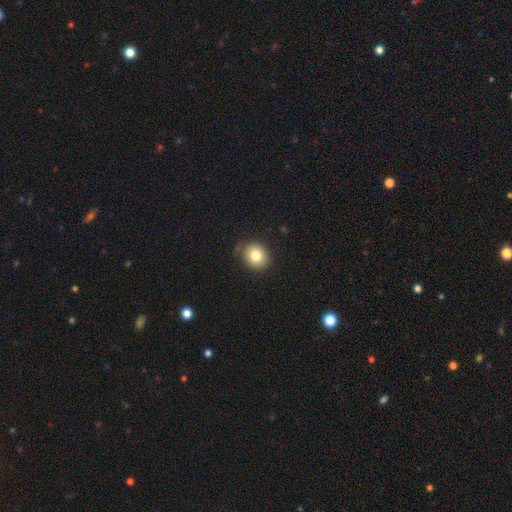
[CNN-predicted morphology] smooth-or-featured: smooth: 80% | star or artifact: 10% | featured or disk: 10%
  how-rounded: round: 79% | in between: 20% | cigar-shaped: 1%
  merging: none: 80% | minor disturbance: 15% | major disturbance: 4% | merger: 2%